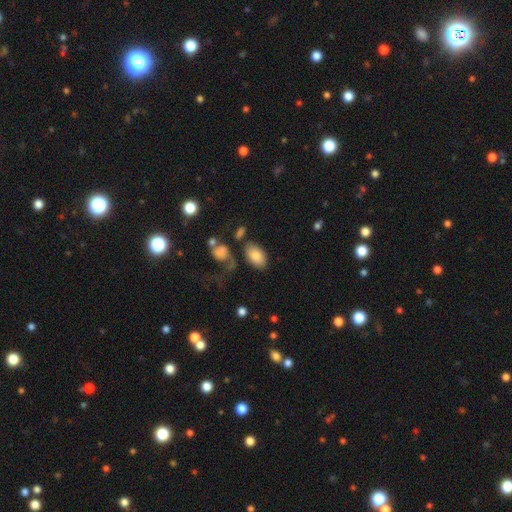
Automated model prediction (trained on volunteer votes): Overall: smooth (82%). How rounded: in between (91%). Merging: none (68%).